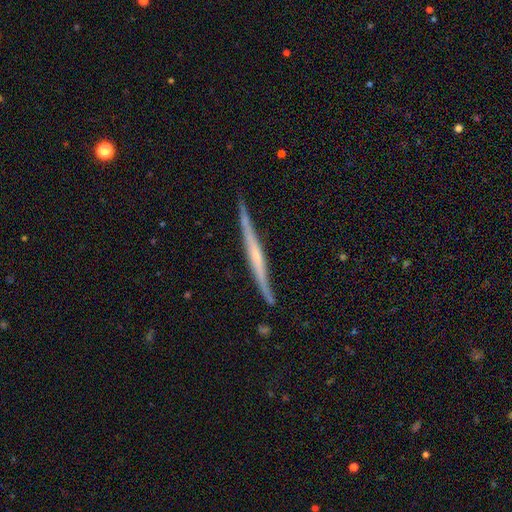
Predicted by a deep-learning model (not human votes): This appears to be a featured or disk galaxy (73%) viewed edge-on (97%) with no central bulge (51%). Merging: none (83%).